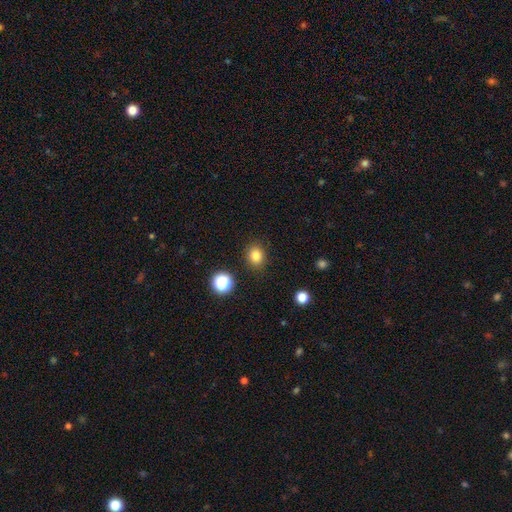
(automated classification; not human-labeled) Smooth or featured? Predicted: smooth (p=0.82). How rounded? Predicted: round (p=0.70). Merging? Predicted: none (p=0.88).